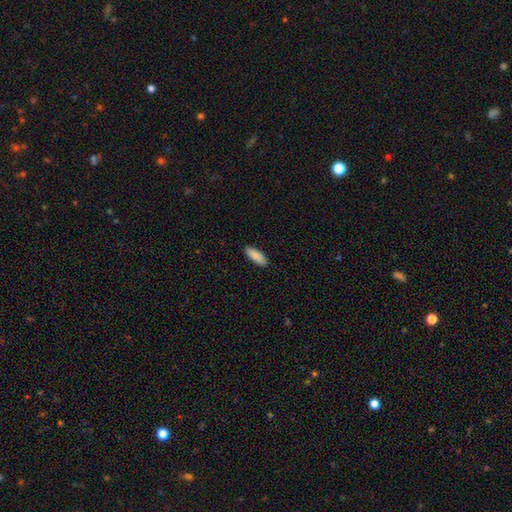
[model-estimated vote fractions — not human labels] Smooth or featured? smooth (90%)
How rounded? in between (63%)
Merging? none (90%)